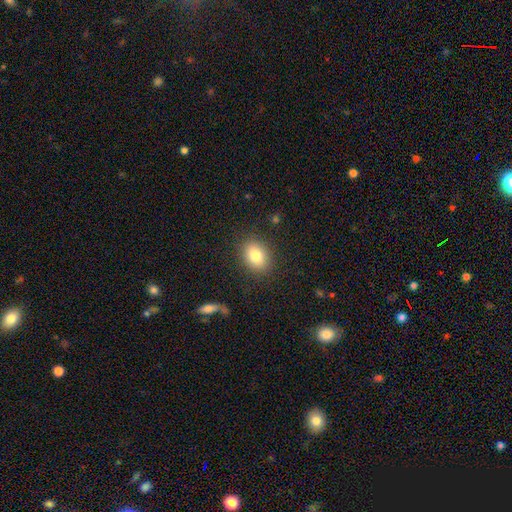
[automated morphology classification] A smooth galaxy with no disk features (81%) that is in between round and cigar-shaped (63%).

Vote fractions:
- Smooth or featured? smooth: 81% / featured or disk: 10% / star or artifact: 9%
- How rounded? in between: 63% / round: 36% / cigar-shaped: 1%
- Merging? none: 86% / minor disturbance: 9% / major disturbance: 3% / merger: 1%